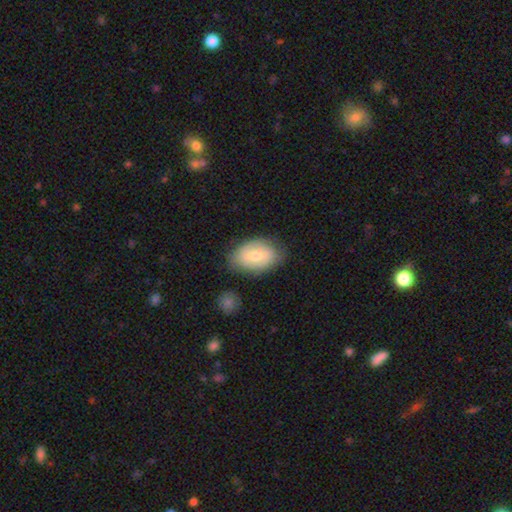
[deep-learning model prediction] smooth-or-featured: smooth: 57% | featured or disk: 36% | star or artifact: 7%
  how-rounded: in between: 87% | round: 11% | cigar-shaped: 1%
  merging: none: 77% | minor disturbance: 17% | major disturbance: 4% | merger: 2%